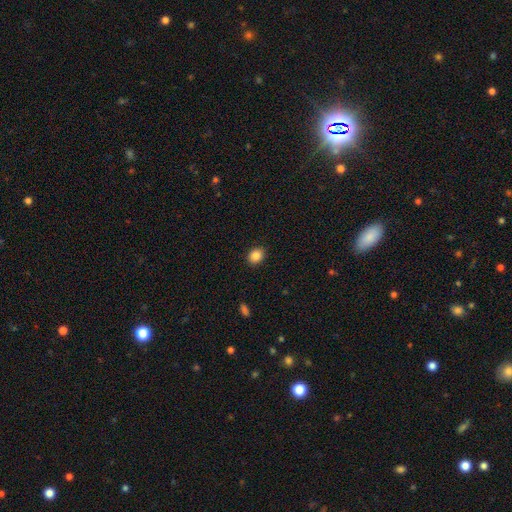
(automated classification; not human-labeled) This appears to be a smooth galaxy with no disk features (86%) that is round (58%). Merging: none (88%).